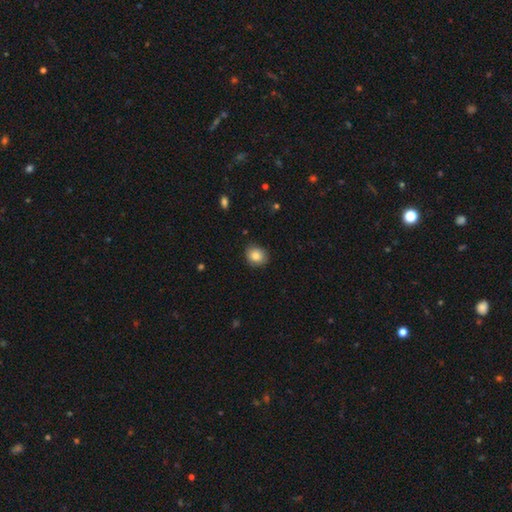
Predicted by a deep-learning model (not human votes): Overall: smooth (84%). How rounded: round (71%). Merging: none (86%).